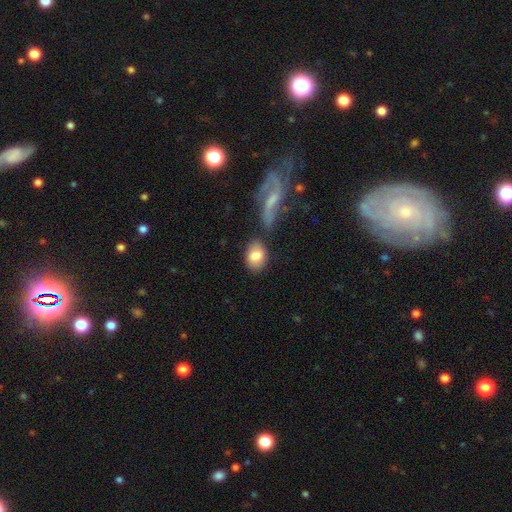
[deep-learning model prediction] smooth-or-featured: smooth: 81% | featured or disk: 13% | star or artifact: 6%
  how-rounded: in between: 80% | round: 18% | cigar-shaped: 2%
  merging: none: 66% | minor disturbance: 14% | merger: 14% | major disturbance: 5%